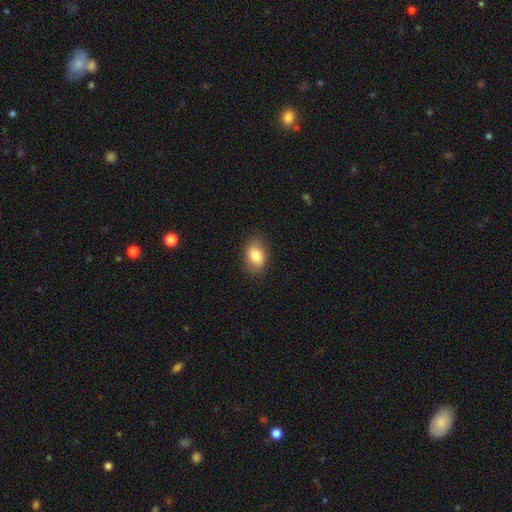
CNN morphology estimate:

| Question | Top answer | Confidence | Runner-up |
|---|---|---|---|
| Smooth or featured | smooth | 82% | featured or disk (10%) |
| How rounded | in between | 80% | round (18%) |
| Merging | none | 82% | minor disturbance (14%) |